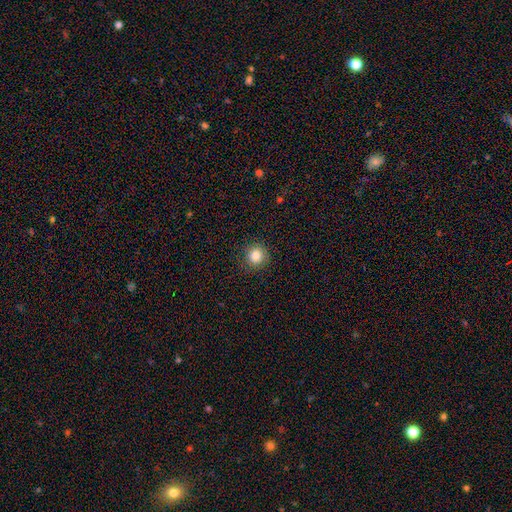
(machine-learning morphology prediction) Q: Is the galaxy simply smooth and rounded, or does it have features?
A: smooth — 84%.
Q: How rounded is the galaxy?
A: round — 92%.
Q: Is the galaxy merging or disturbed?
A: none — 90%.